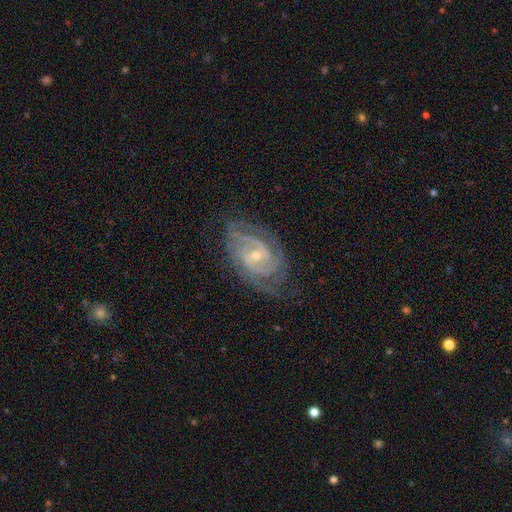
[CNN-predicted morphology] This appears to be a featured or disk galaxy (90%) with no bar (47%), 2 (43%) tight (64%) spiral arms (98%) and a small central bulge (64%). Merging: none (73%).